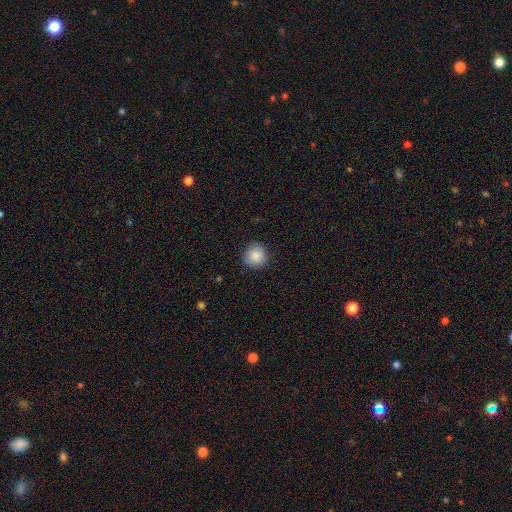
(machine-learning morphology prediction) Q: Smooth or featured?
A: smooth (87%); runner-up: star or artifact (8%)
Q: How rounded?
A: round (94%); runner-up: in between (5%)
Q: Merging?
A: none (90%); runner-up: minor disturbance (7%)